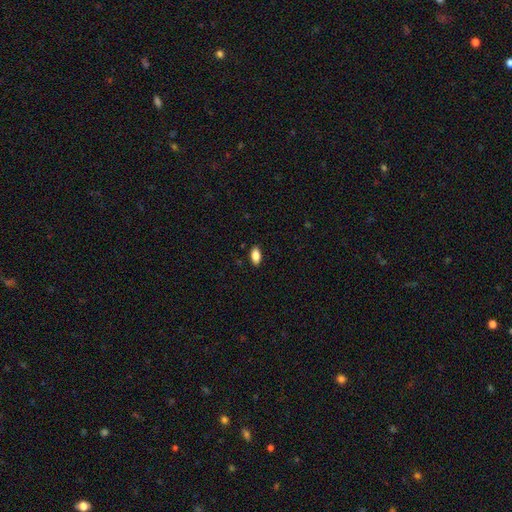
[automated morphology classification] Smooth or featured?
  - smooth: 86% *
  - star or artifact: 7%
  - featured or disk: 7%
How rounded?
  - in between: 90% *
  - cigar-shaped: 7%
  - round: 3%
Merging?
  - none: 89% *
  - minor disturbance: 9%
  - major disturbance: 2%
  - merger: 1%